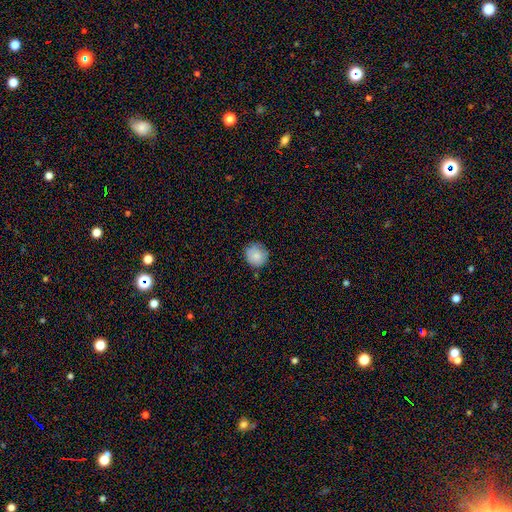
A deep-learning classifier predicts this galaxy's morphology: This is clearly a smooth galaxy (84%). How rounded: clearly round (90%). Merging: clearly none (81%).